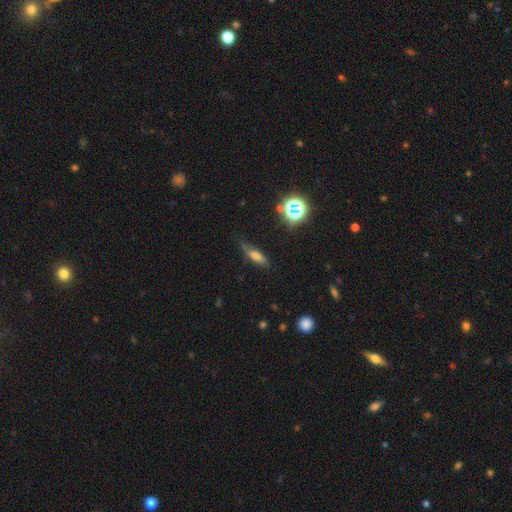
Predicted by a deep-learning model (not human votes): Smooth or featured? Predicted: smooth (p=0.56). How rounded? Predicted: cigar-shaped (p=0.53). Merging? Predicted: none (p=0.66).